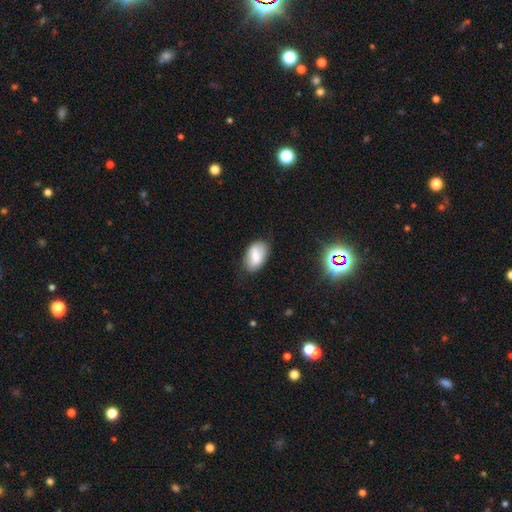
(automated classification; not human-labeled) smooth_or_featured: smooth (p=0.70) [alt: featured or disk p=0.22]
how_rounded: in between (p=0.92) [alt: round p=0.06]
merging: none (p=0.70) [alt: minor disturbance p=0.23]